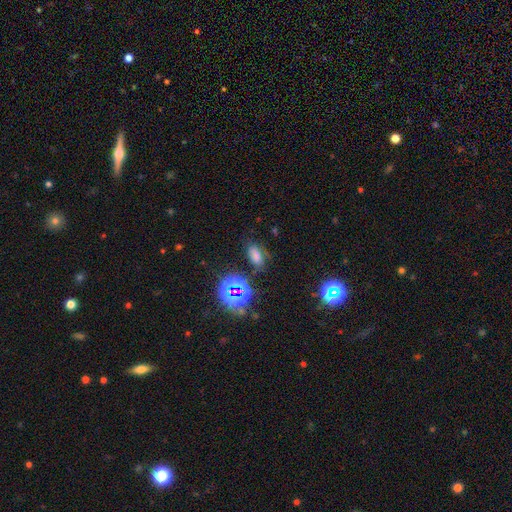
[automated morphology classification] Smooth or featured: smooth — 61% (star or artifact — 30%)
How rounded: in between — 87% (round — 9%)
Merging: none — 73% (minor disturbance — 16%)